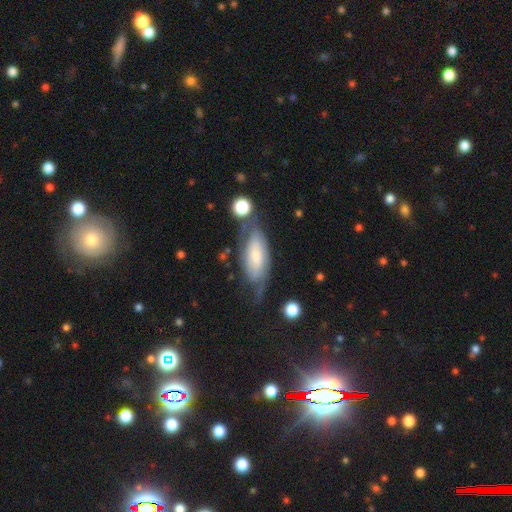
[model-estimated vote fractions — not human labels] This appears to be a featured or disk galaxy (53%). Merging: none (49%).